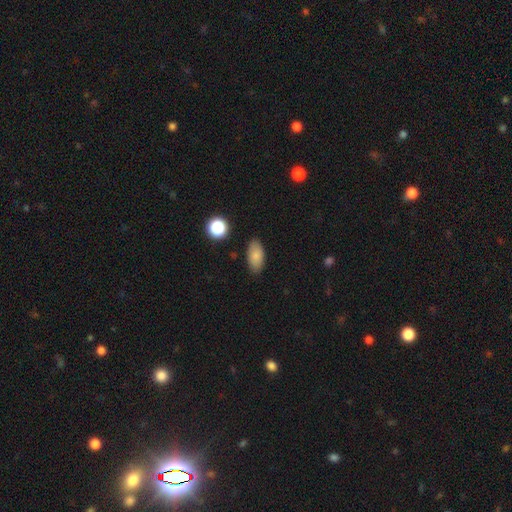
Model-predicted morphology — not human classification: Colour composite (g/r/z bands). It shows a smooth galaxy with no disk features (83%) that is in between round and cigar-shaped (91%). Merging: none (84%).